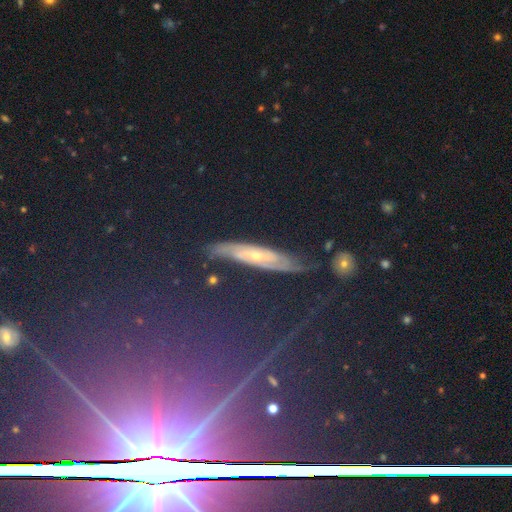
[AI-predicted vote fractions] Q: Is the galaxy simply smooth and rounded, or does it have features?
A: featured or disk — 59%.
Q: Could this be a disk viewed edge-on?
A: no — 57%.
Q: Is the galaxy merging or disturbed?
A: none — 76%.